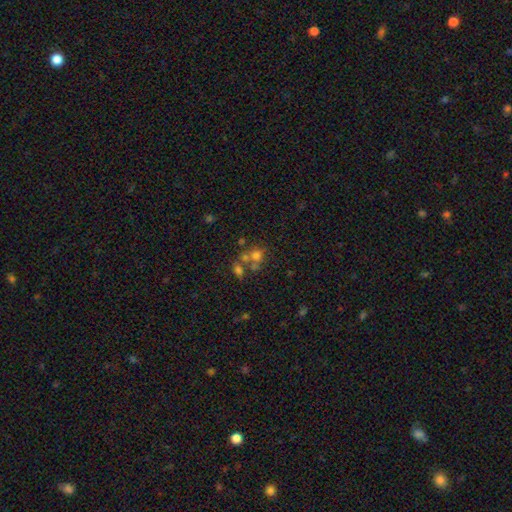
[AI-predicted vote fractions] Q: Smooth or featured?
A: smooth (61%); runner-up: star or artifact (20%)
Q: How rounded?
A: round (79%); runner-up: in between (20%)
Q: Merging?
A: none (43%); runner-up: merger (42%)